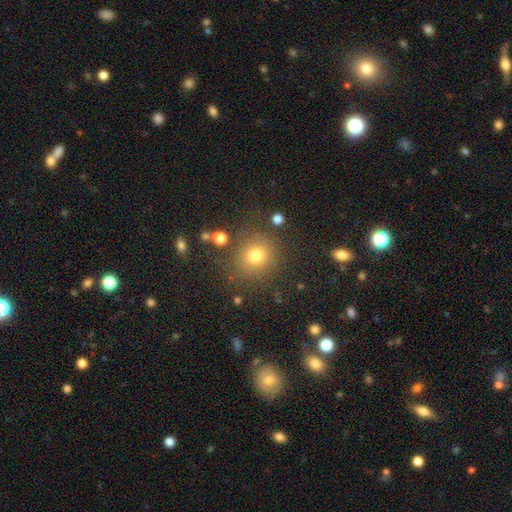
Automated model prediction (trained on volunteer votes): A smooth galaxy with no disk features (75%) that is round (87%).

Vote fractions:
- Smooth or featured? smooth: 75% / star or artifact: 17% / featured or disk: 8%
- How rounded? round: 87% / in between: 12% / cigar-shaped: 1%
- Merging? none: 83% / minor disturbance: 9% / major disturbance: 4% / merger: 4%